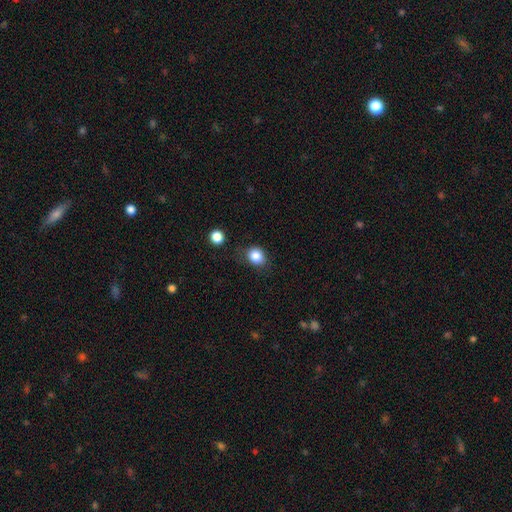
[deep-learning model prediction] smooth-or-featured: smooth: 84% | star or artifact: 10% | featured or disk: 5%
  how-rounded: round: 64% | in between: 35% | cigar-shaped: 1%
  merging: none: 74% | minor disturbance: 18% | major disturbance: 5% | merger: 3%